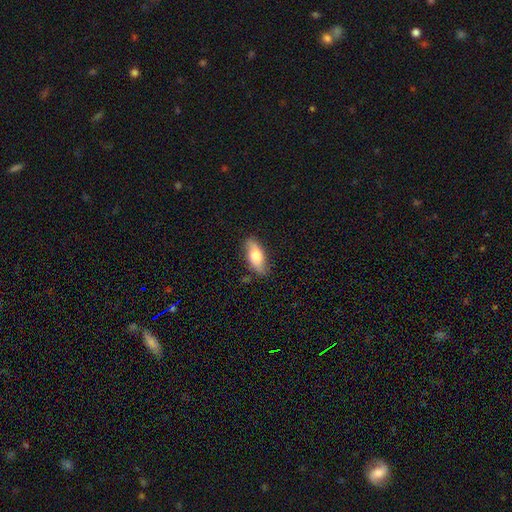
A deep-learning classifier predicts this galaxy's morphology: The model was most divided on "smooth or featured": smooth: 64%, featured or disk: 30%, star or artifact: 6%. More confident: merging — none (81%); how rounded — in between (76%).